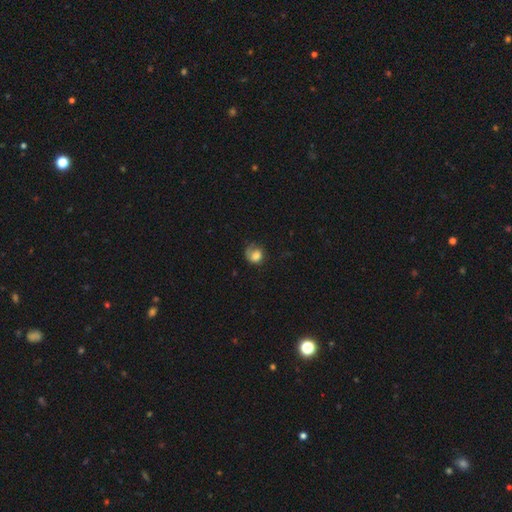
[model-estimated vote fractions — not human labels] Overall: smooth (72%). How rounded: round (65%; in between 34%). Merging: none (40%; minor disturbance 29%).